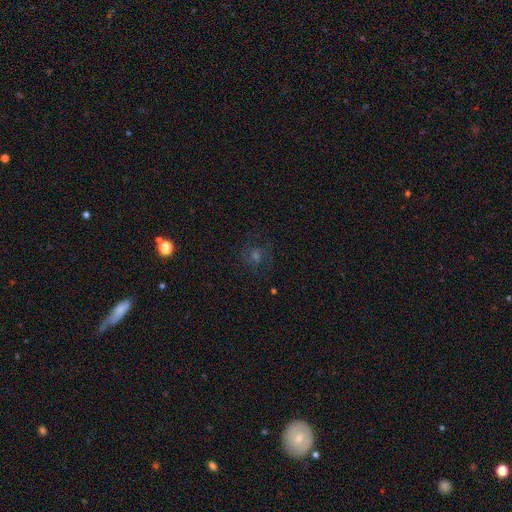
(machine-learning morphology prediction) Smooth or featured? featured or disk (36%)
Merging? none (77%)